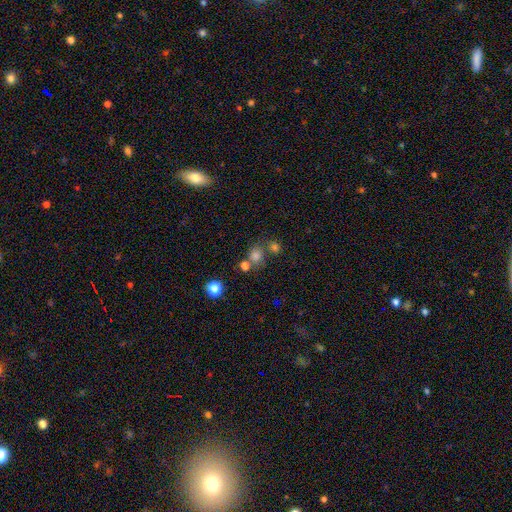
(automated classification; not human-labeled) The model was most divided on "merging": none: 62%, merger: 23%, minor disturbance: 10%, major disturbance: 5%. More confident: how rounded — round (77%); smooth or featured — smooth (72%).